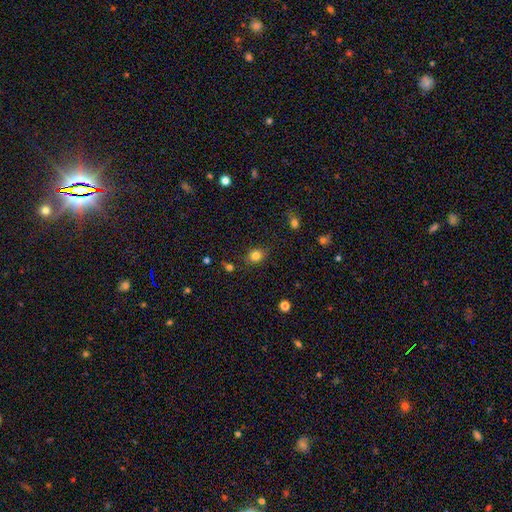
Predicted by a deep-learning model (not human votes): Overall: smooth (82%). How rounded: round (68%; in between 31%). Merging: none (81%).